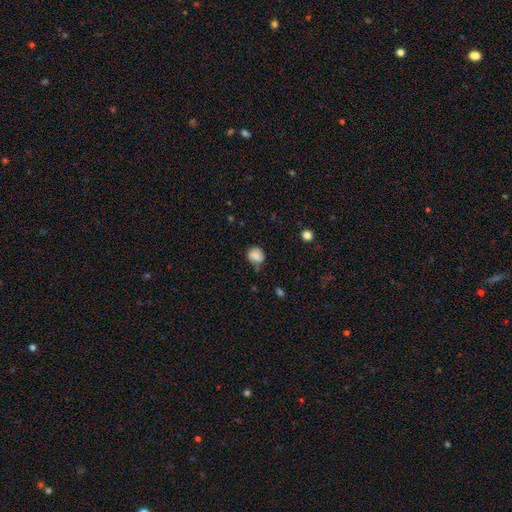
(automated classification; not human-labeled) This is likely a smooth galaxy (77%). How rounded: likely round (70%). Merging: likely none (61%).